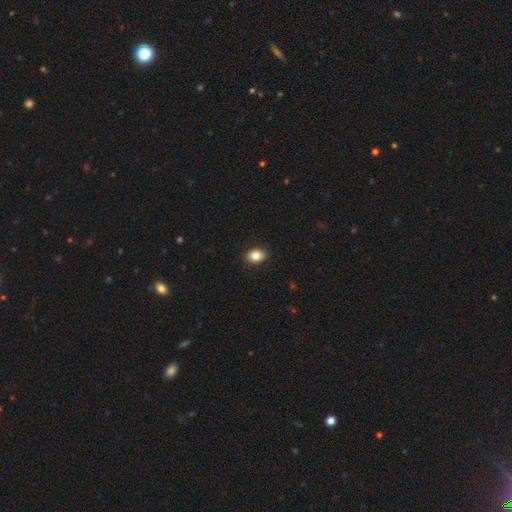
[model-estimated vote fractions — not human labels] Smooth or featured? Predicted: smooth (p=0.86). How rounded? Predicted: in between (p=0.62). Merging? Predicted: none (p=0.89).